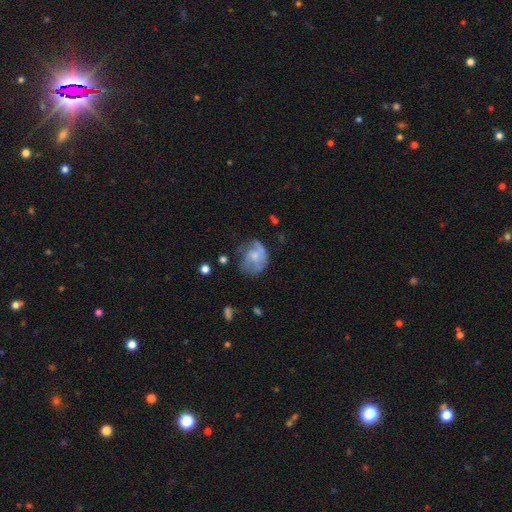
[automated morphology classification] This appears to be a featured or disk galaxy (49%). Merging: none (40%).